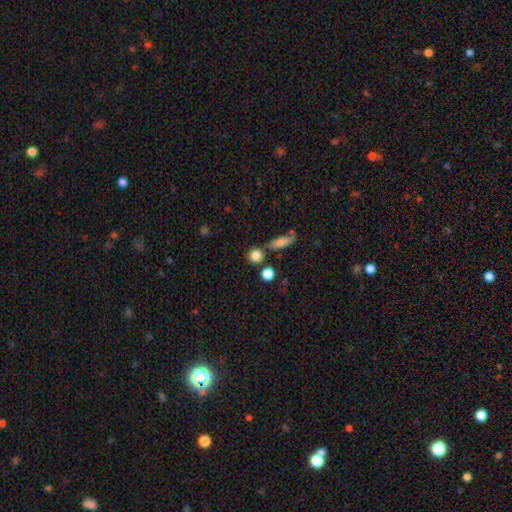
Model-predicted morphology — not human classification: type=smooth (83%); roundness=round (85%); merging=none (74%).